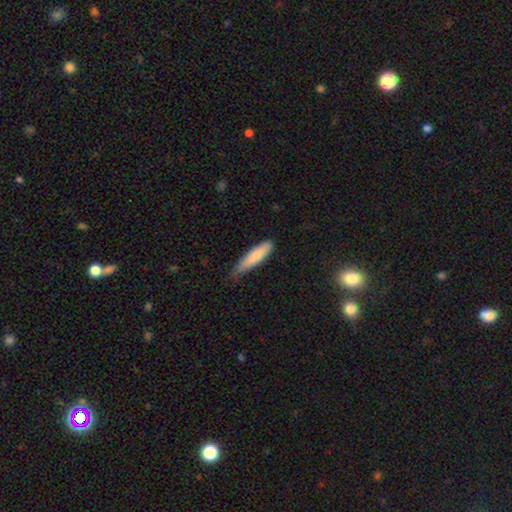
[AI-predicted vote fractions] smooth 81%, featured or disk 14%, star or artifact 6%. Down the decision tree: how rounded — cigar-shaped (73%); merging — none (59%).